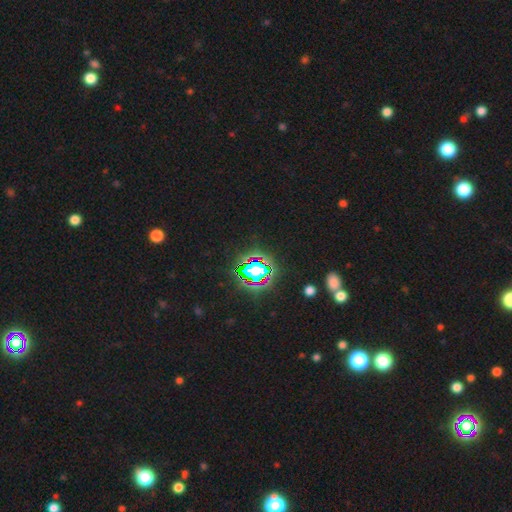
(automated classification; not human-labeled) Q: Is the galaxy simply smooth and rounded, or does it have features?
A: star or artifact — 80%.